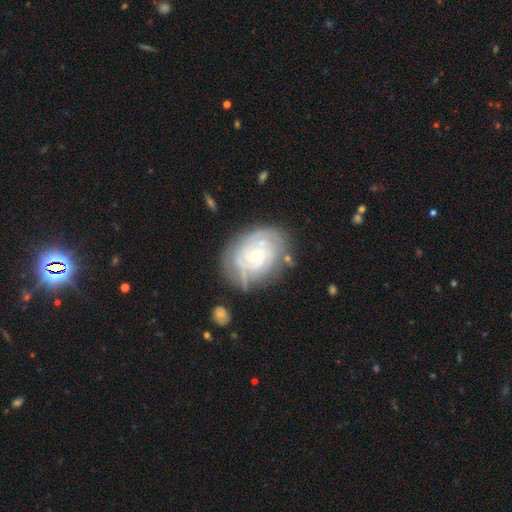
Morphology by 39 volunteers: Q: Smooth or featured?
A: featured or disk (87%); runner-up: star or artifact (8%)
Q: Edge-on disk?
A: no (94%); runner-up: yes (6%)
Q: Bar?
A: no (66%); runner-up: weak (25%)
Q: Spiral arms?
A: yes (97%); runner-up: no (3%)
Q: Spiral winding?
A: tight (81%); runner-up: medium (16%)
Q: Spiral arm count?
A: 2 (42%); runner-up: can't tell (29%)
Q: Bulge size?
A: moderate (59%); runner-up: small (41%)
Q: Merging?
A: none (56%); runner-up: minor disturbance (28%)